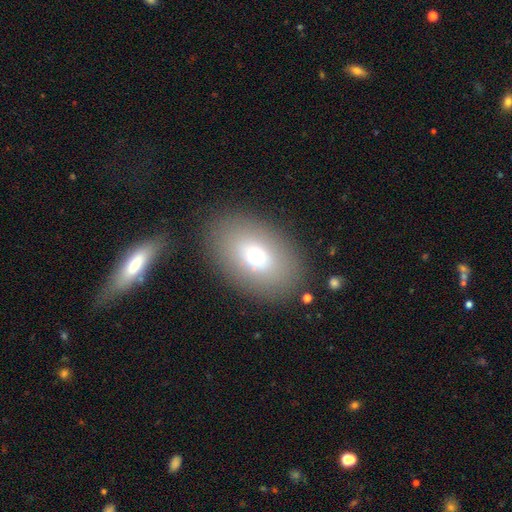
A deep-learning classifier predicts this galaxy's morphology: This appears to be a smooth galaxy with no disk features (70%) that is in between round and cigar-shaped (87%). Merging: none (83%).